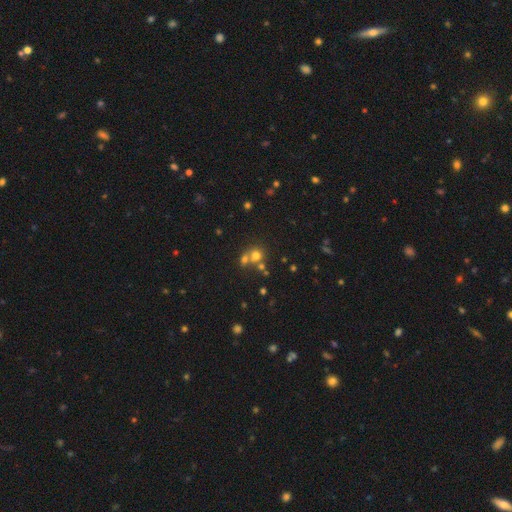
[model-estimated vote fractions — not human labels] Overall: smooth (64%). How rounded: round (81%). Merging: merger (47%; none 41%).